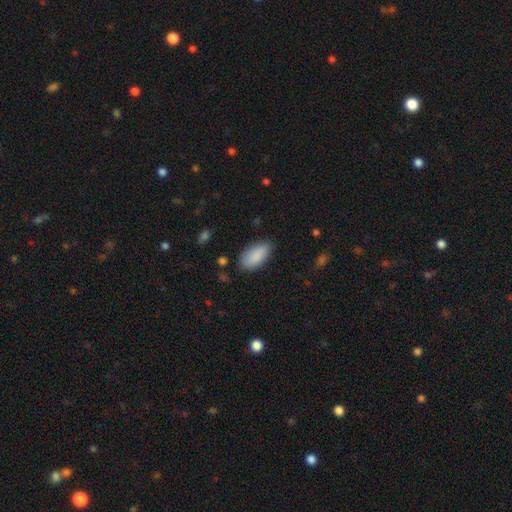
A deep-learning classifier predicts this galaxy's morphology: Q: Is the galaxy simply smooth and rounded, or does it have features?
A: smooth — 89%.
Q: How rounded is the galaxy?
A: in between — 93%.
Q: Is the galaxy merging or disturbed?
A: none — 81%.